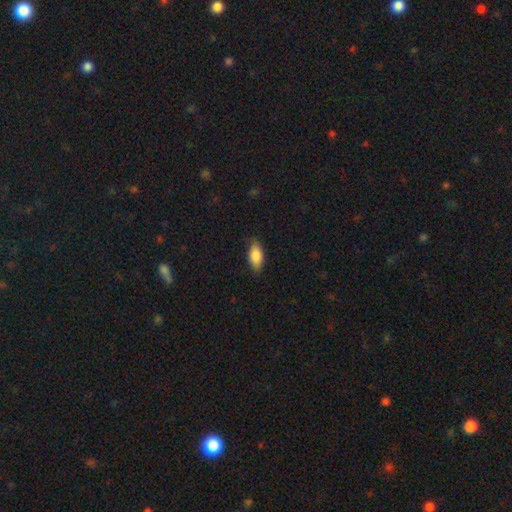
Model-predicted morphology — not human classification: Q: Smooth or featured?
A: smooth (85%); runner-up: featured or disk (9%)
Q: How rounded?
A: in between (87%); runner-up: cigar-shaped (10%)
Q: Merging?
A: none (82%); runner-up: minor disturbance (14%)